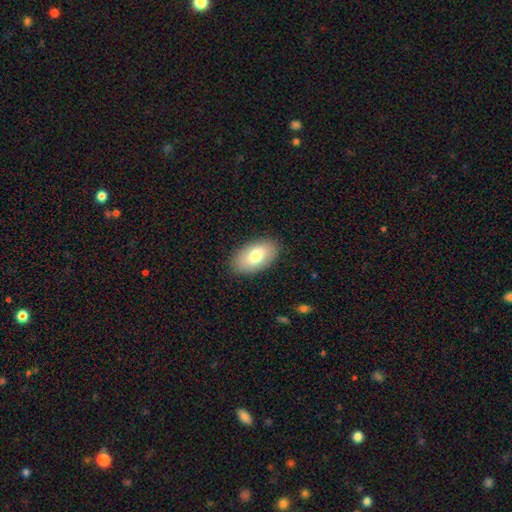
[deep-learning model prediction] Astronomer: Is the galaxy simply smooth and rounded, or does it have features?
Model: smooth — 75%.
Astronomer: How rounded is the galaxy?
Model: in between — 94%.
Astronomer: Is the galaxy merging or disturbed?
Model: none — 87%.